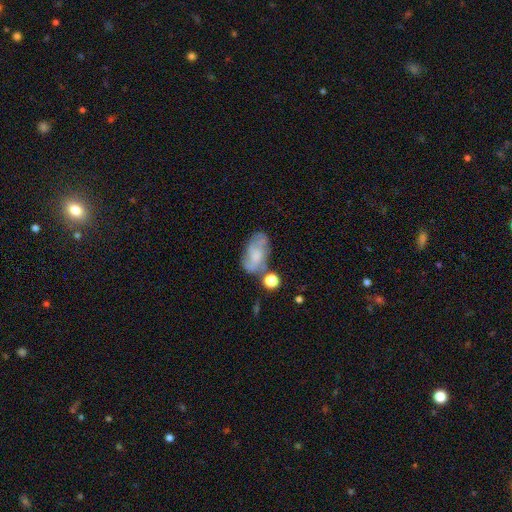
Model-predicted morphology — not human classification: smooth-or-featured: featured or disk: 52% | smooth: 39% | star or artifact: 9%
  disk-edge-on: no: 96% | yes: 4%
  merging: none: 46% | minor disturbance: 25% | merger: 15% | major disturbance: 14%